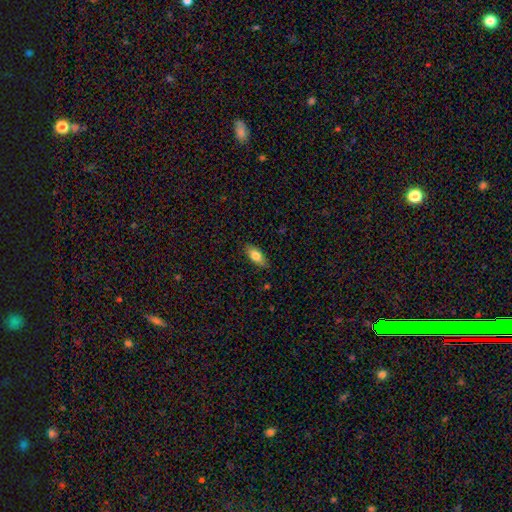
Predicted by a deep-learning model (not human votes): The model was most divided on "smooth or featured": smooth: 78%, featured or disk: 15%, star or artifact: 7%. More confident: merging — none (84%); how rounded — in between (82%).